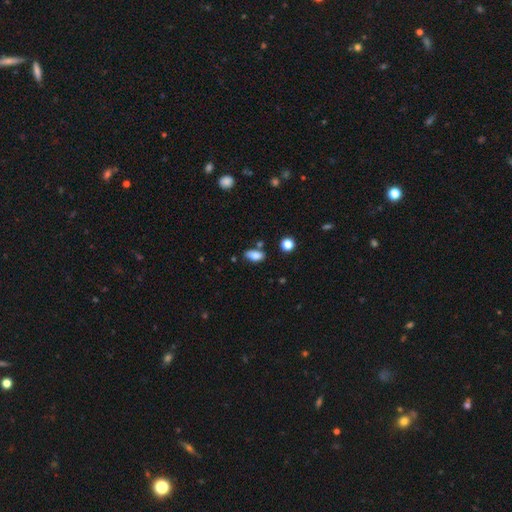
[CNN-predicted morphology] smooth_or_featured: smooth (p=0.80) [alt: featured or disk p=0.11]
how_rounded: in between (p=0.87) [alt: cigar-shaped p=0.08]
merging: none (p=0.71) [alt: minor disturbance p=0.17]